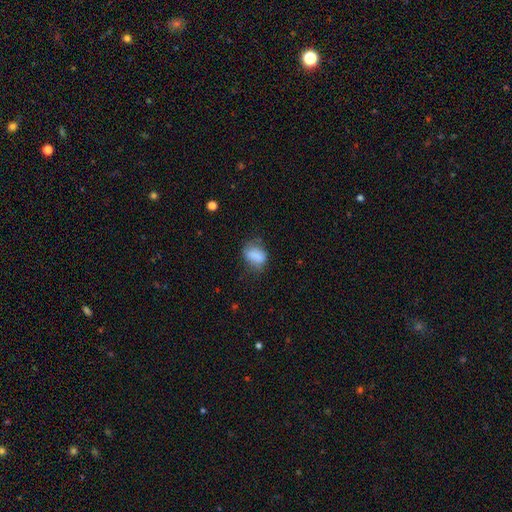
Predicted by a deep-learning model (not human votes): smooth-or-featured: smooth: 80% | featured or disk: 11% | star or artifact: 9%
  how-rounded: in between: 75% | round: 23% | cigar-shaped: 2%
  merging: none: 53% | minor disturbance: 31% | major disturbance: 13% | merger: 3%